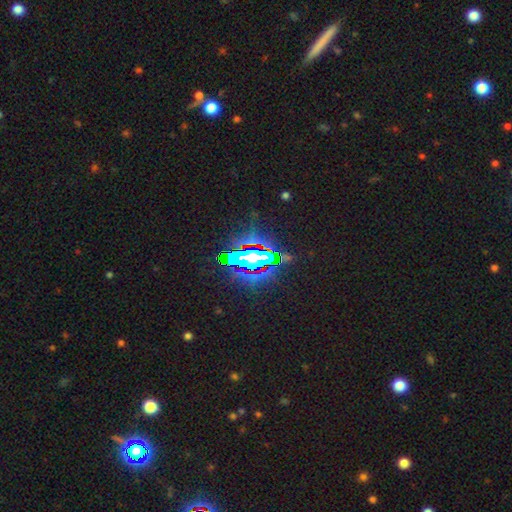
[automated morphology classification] This appears to be a star or artifact, not a galaxy (62%).